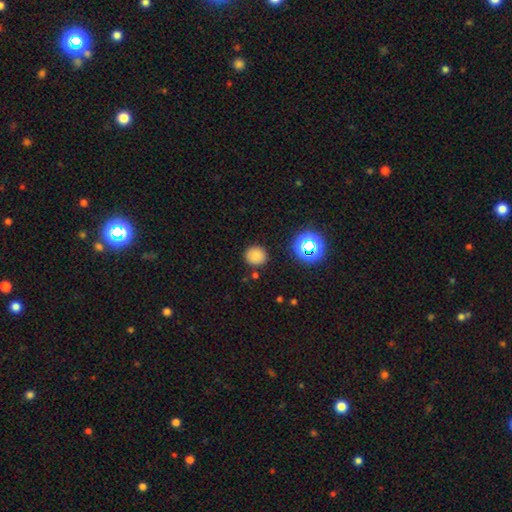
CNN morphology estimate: A smooth galaxy with no disk features (78%) that is round (85%). Merging: none (88%).